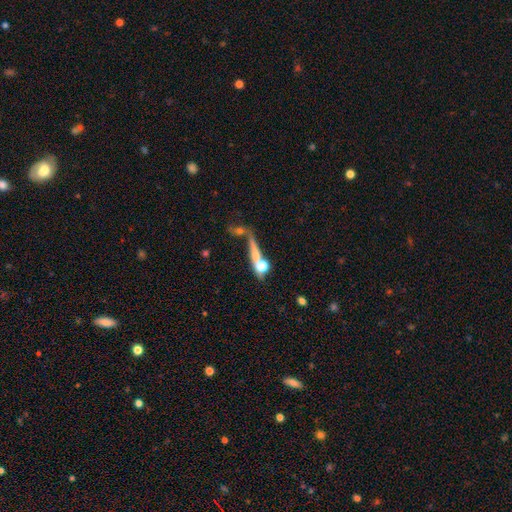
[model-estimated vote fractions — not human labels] Smooth or featured?
  - smooth: 50% *
  - featured or disk: 35%
  - star or artifact: 16%
Merging?
  - merger: 39% *
  - none: 34%
  - major disturbance: 15%
  - minor disturbance: 11%